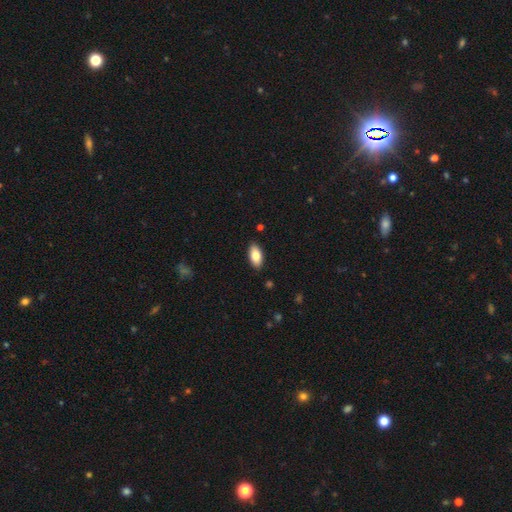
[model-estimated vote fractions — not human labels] Smooth or featured?
  - smooth: 81% *
  - featured or disk: 12%
  - star or artifact: 7%
How rounded?
  - in between: 91% *
  - cigar-shaped: 6%
  - round: 3%
Merging?
  - none: 89% *
  - minor disturbance: 9%
  - major disturbance: 2%
  - merger: 1%